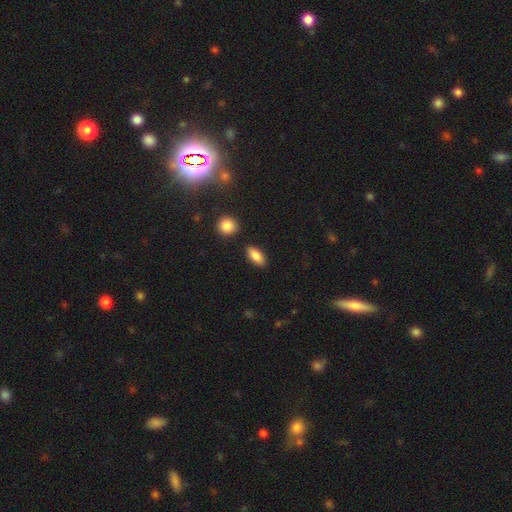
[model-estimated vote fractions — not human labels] Smooth or featured? smooth (87%)
How rounded? in between (87%)
Merging? none (86%)